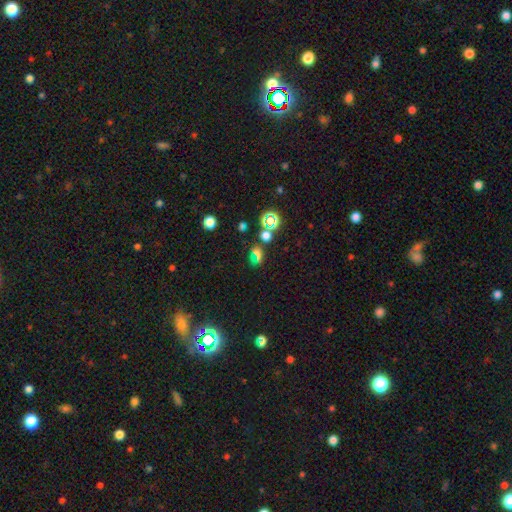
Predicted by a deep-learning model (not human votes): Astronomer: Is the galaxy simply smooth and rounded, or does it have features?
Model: smooth — 47% (runner-up: star or artifact, 42%).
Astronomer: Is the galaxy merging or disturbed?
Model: none — 64%.